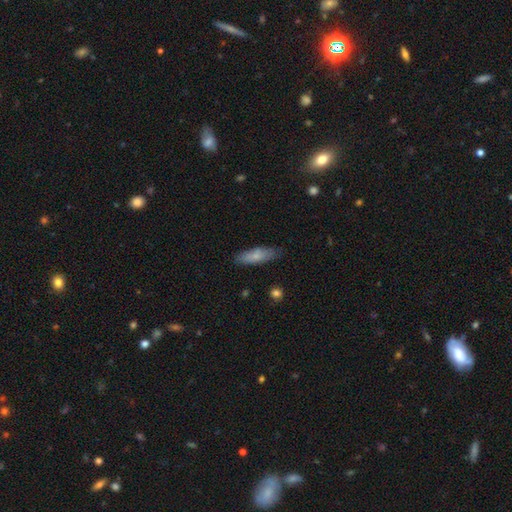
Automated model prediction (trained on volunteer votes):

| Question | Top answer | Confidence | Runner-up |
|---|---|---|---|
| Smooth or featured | smooth | 76% | featured or disk (18%) |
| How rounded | cigar-shaped | 49% | in between (48%) |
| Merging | none | 79% | minor disturbance (16%) |